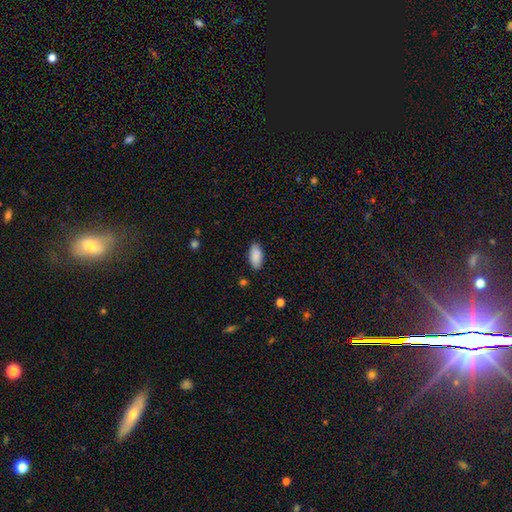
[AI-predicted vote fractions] Smooth or featured: smooth — 89% (star or artifact — 6%)
How rounded: in between — 91% (cigar-shaped — 7%)
Merging: none — 85% (minor disturbance — 11%)